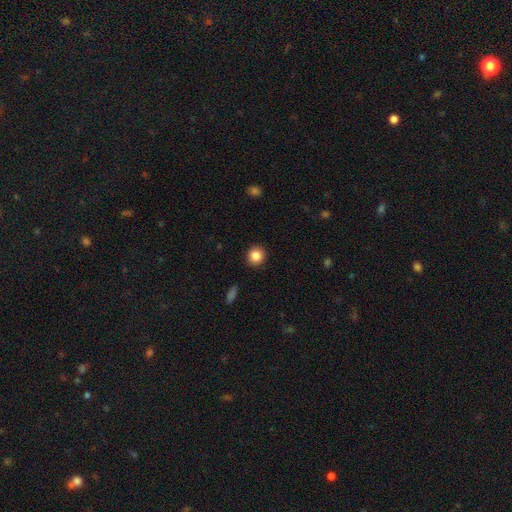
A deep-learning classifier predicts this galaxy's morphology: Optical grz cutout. It shows a smooth galaxy with no disk features (85%) that is round (88%). Merging: none (91%).